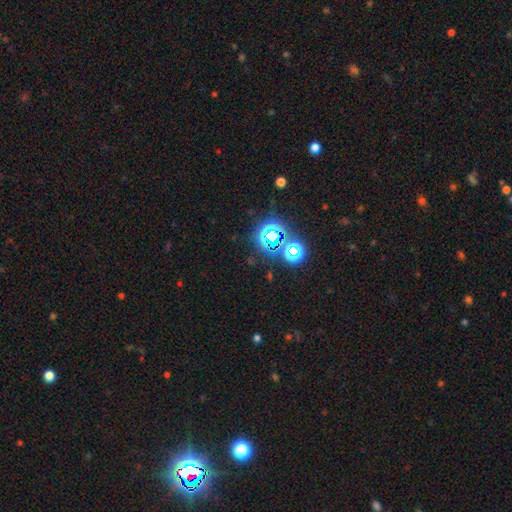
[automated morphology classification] Smooth or featured?
  - star or artifact: 69% *
  - smooth: 24%
  - featured or disk: 7%